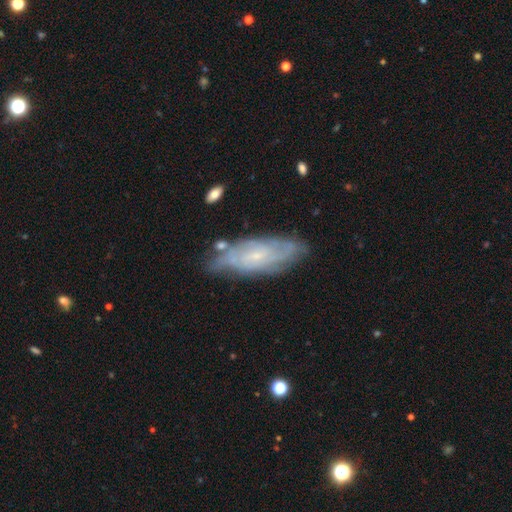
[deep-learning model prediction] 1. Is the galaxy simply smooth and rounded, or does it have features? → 72% featured or disk, 21% smooth, 7% star or artifact.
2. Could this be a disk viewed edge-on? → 86% no, 14% yes.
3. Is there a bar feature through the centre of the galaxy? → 64% no, 30% weak, 5% strong.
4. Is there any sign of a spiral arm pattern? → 89% yes, 11% no.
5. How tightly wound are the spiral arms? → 58% tight, 32% medium, 10% loose.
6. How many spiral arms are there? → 51% can't tell, 20% 2, 12% 3, 9% 4, 4% more than 4, 4% 1.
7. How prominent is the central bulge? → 77% small, 15% moderate, 6% none, 1% large, 1% dominant.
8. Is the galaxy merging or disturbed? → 70% none, 22% minor disturbance, 5% major disturbance, 3% merger.